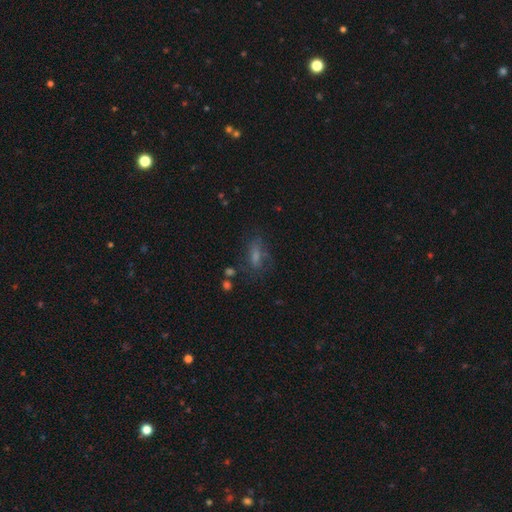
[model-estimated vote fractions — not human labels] Morphology: type=smooth (44%); merging=none (64%).